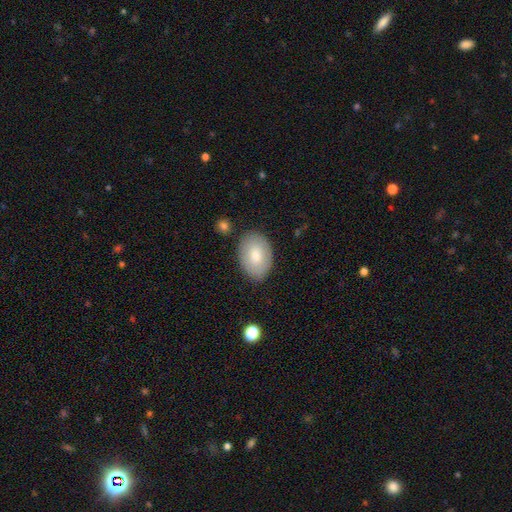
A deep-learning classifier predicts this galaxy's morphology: Smooth or featured: smooth — 75% (featured or disk — 19%)
How rounded: in between — 84% (round — 15%)
Merging: none — 83% (minor disturbance — 12%)